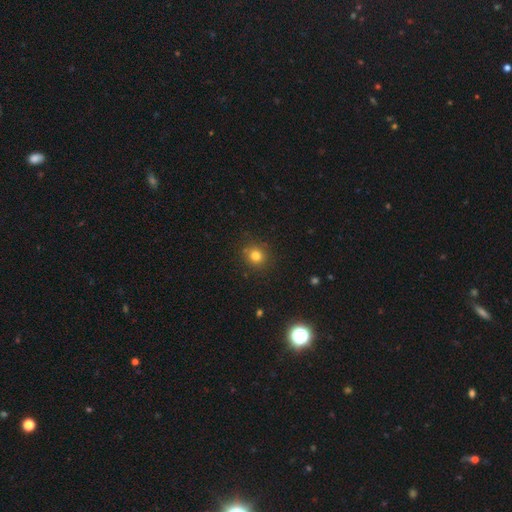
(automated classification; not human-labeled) Q: Smooth or featured?
A: smooth (80%); runner-up: star or artifact (14%)
Q: How rounded?
A: round (85%); runner-up: in between (14%)
Q: Merging?
A: none (86%); runner-up: minor disturbance (10%)